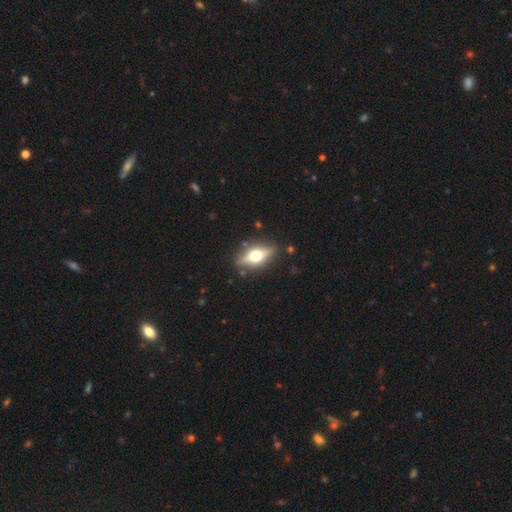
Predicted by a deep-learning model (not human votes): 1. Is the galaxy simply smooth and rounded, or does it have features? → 61% featured or disk, 32% smooth, 8% star or artifact.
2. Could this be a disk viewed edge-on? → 88% yes, 12% no.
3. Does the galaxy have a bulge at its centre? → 95% rounded, 3% boxy, 1% none.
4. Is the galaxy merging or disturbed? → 86% none, 10% minor disturbance, 3% major disturbance, 2% merger.